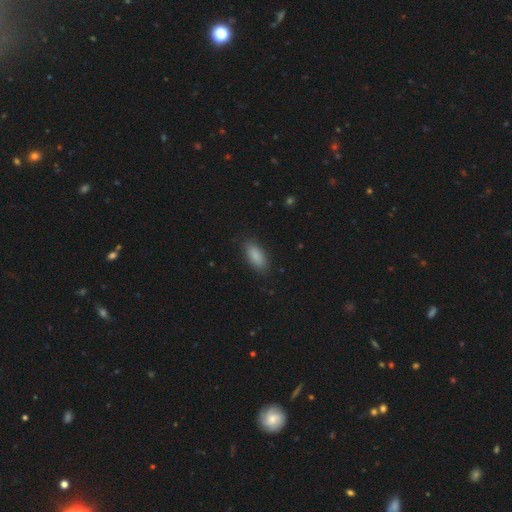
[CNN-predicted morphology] Smooth or featured?
  - smooth: 89% *
  - star or artifact: 6%
  - featured or disk: 5%
How rounded?
  - in between: 85% *
  - cigar-shaped: 12%
  - round: 2%
Merging?
  - none: 86% *
  - minor disturbance: 11%
  - major disturbance: 2%
  - merger: 1%